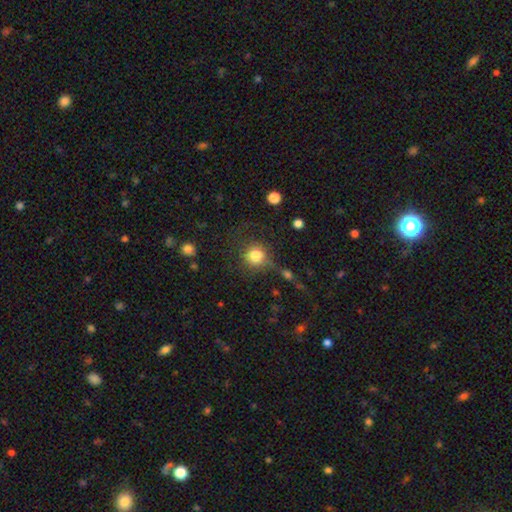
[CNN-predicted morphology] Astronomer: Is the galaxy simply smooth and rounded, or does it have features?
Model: smooth — 81%.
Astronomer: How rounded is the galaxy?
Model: round — 91%.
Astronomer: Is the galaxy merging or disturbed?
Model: none — 70%.